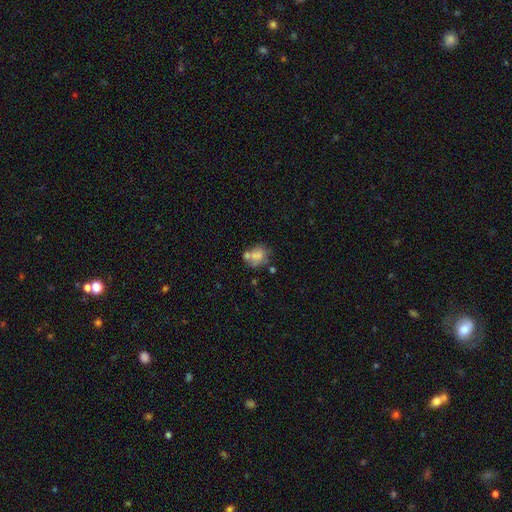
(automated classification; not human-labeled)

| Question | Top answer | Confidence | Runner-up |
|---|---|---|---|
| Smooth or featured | smooth | 63% | featured or disk (26%) |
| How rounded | in between | 50% | round (48%) |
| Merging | none | 36% | tied: merger (36%) |